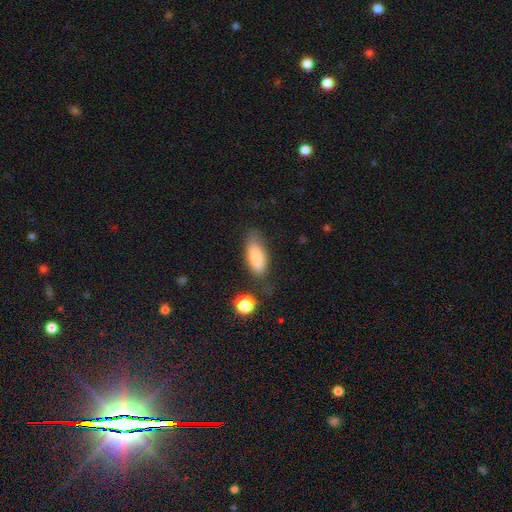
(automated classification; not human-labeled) Morphology: type=smooth (82%); roundness=in between (80%); merging=none (61%).